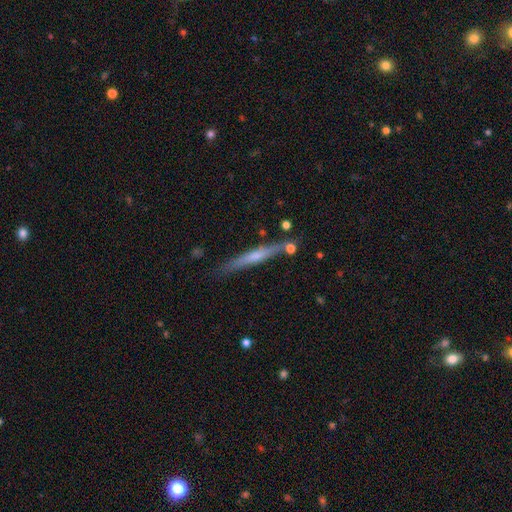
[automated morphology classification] Overall: featured or disk (54%; smooth 39%). Edge-on disk: yes (95%). Edge-on bulge: none (50%; rounded 41%). Merging: none (80%).